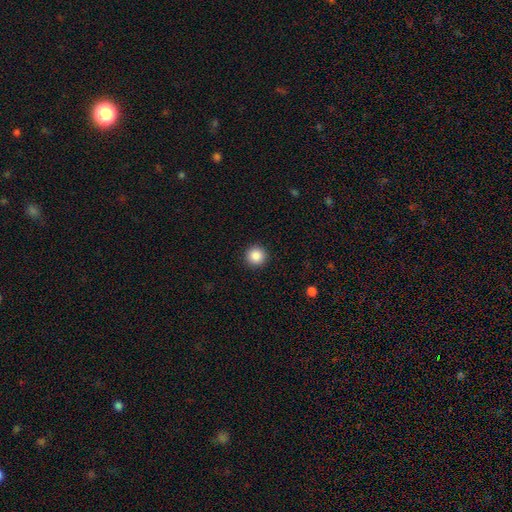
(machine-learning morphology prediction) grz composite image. It shows a smooth galaxy with no disk features (87%) that is round (96%). Merging: none (93%).